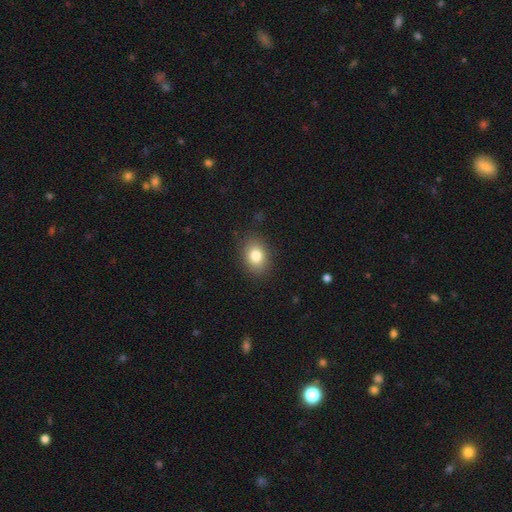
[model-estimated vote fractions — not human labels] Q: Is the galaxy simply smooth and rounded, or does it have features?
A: smooth — 82%.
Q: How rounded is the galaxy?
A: in between — 68%.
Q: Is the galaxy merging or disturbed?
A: none — 86%.